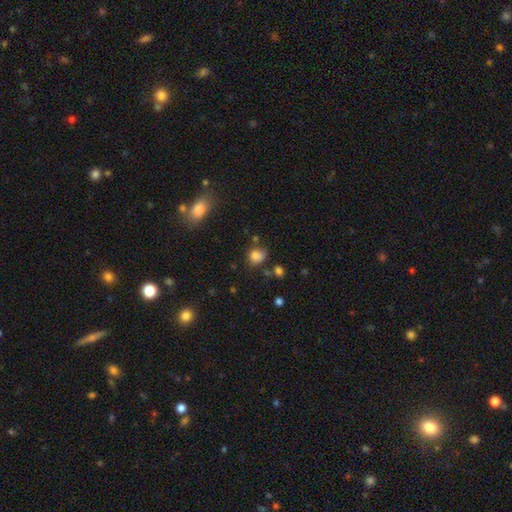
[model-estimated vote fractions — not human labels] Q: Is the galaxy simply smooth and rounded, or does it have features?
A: smooth — 79%.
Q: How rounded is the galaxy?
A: round — 62%.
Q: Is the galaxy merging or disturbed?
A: none — 60%.